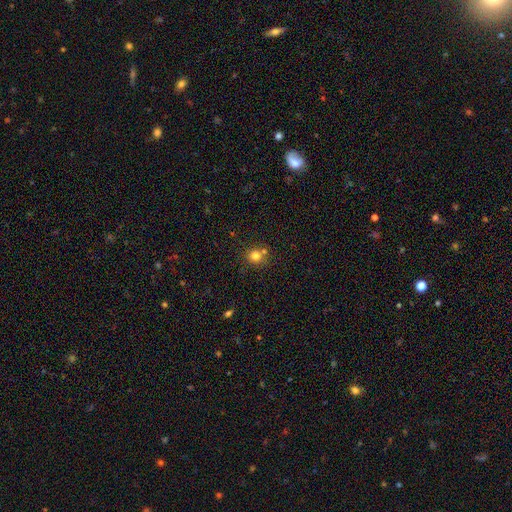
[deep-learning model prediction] smooth 79%, star or artifact 14%, featured or disk 8%. Down the decision tree: how rounded — round (88%); merging — none (65%).